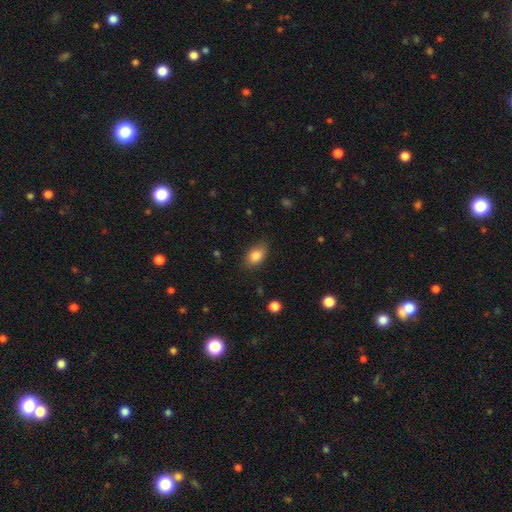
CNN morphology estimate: A smooth galaxy with no disk features (85%) that is in between round and cigar-shaped (89%). Merging: none (81%).